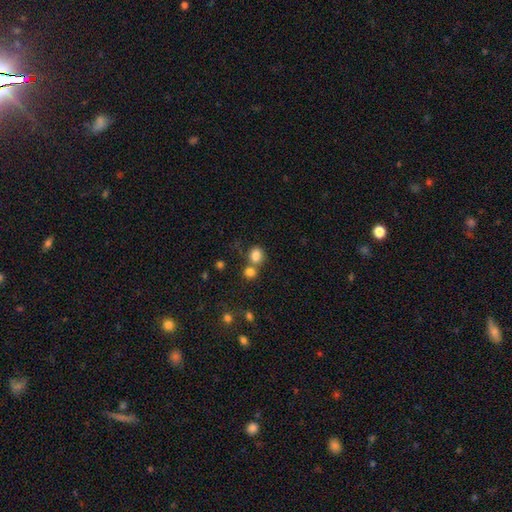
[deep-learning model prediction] smooth 82%, star or artifact 12%, featured or disk 7%. Down the decision tree: how rounded — round (65%); merging — none (52%).